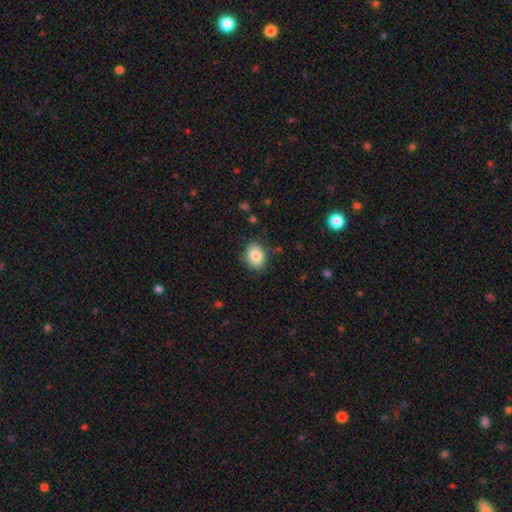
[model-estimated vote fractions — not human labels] A smooth galaxy with no disk features (83%) that is in between round and cigar-shaped (63%). Merging: none (82%).